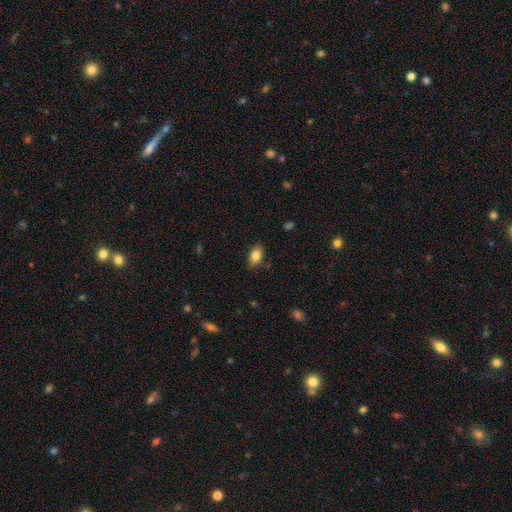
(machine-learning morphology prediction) Overall: smooth (84%). How rounded: in between (88%). Merging: none (84%).